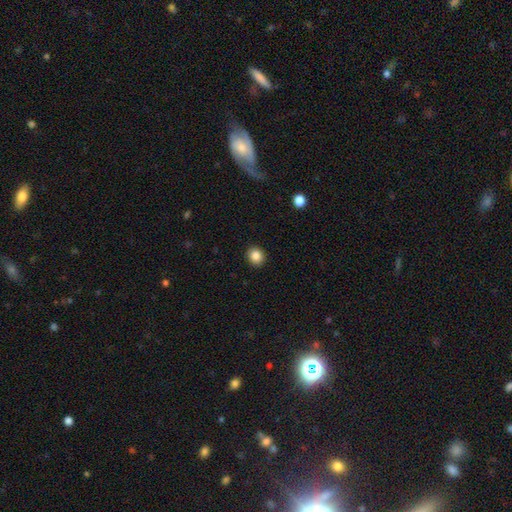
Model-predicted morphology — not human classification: A smooth galaxy with no disk features (86%) that is round (81%). Merging: none (92%).